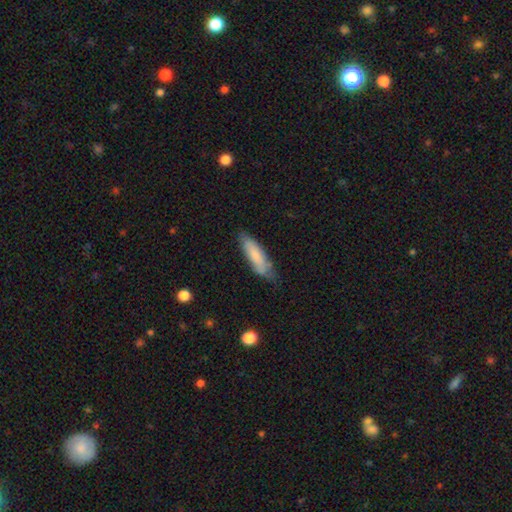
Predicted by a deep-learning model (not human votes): Smooth or featured? Predicted: smooth (p=0.76). How rounded? Predicted: cigar-shaped (p=0.61). Merging? Predicted: none (p=0.64).